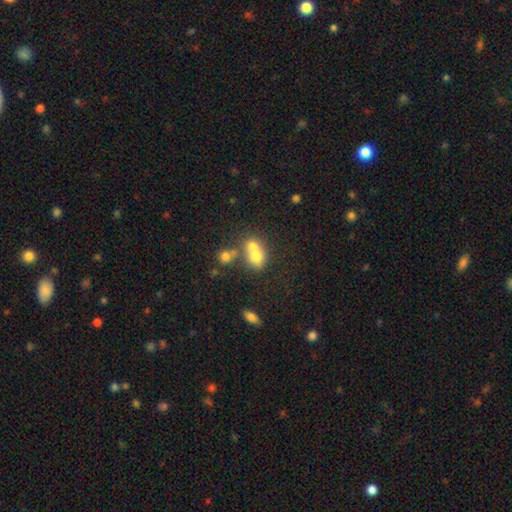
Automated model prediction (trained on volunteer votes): smooth 67%, featured or disk 20%, star or artifact 12%. Down the decision tree: how rounded — round (60%); merging — merger (61%).